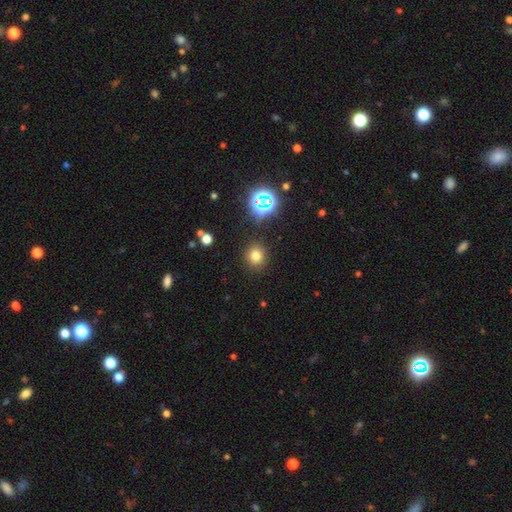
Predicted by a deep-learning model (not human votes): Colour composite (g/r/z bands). It shows a smooth galaxy with no disk features (74%) that is round (87%). Merging: none (88%).